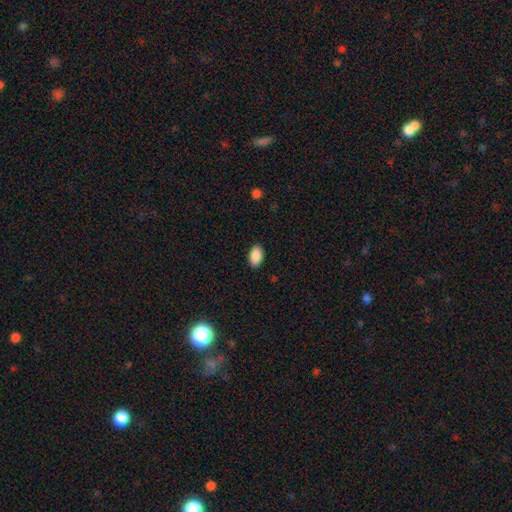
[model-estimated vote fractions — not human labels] smooth 89%, star or artifact 7%, featured or disk 3%. Down the decision tree: how rounded — in between (94%); merging — none (88%).